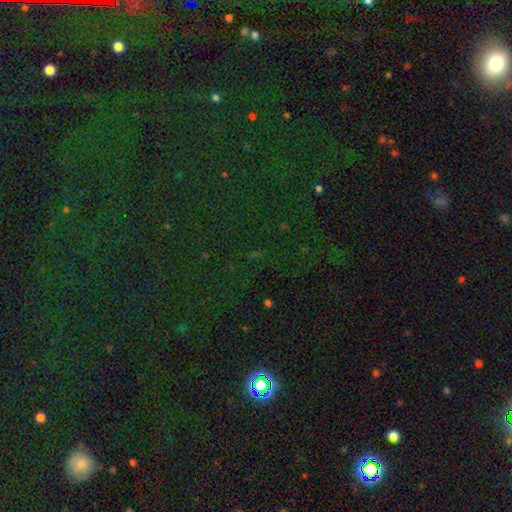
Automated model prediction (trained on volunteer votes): A star or artifact, not a galaxy (80%).

Vote fractions:
- Smooth or featured? star or artifact: 80% / smooth: 12% / featured or disk: 7%